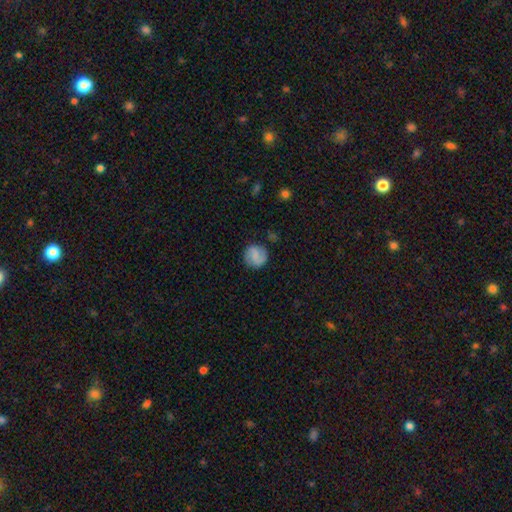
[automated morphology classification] A smooth galaxy with no disk features (52%) that is round (88%). Merging: none (80%).